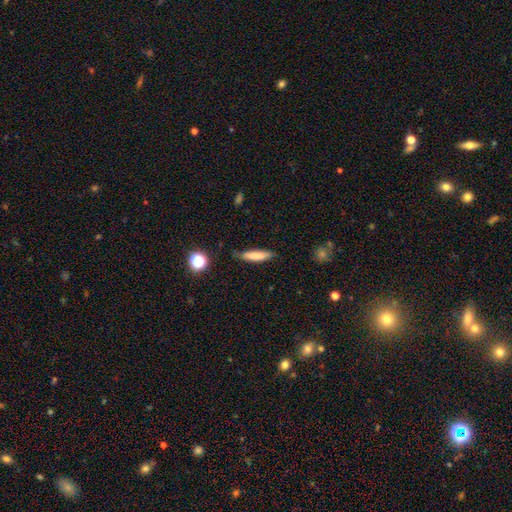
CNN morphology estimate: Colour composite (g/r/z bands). It shows a smooth galaxy with no disk features (78%) that is cigar-shaped (78%). Merging: none (74%).